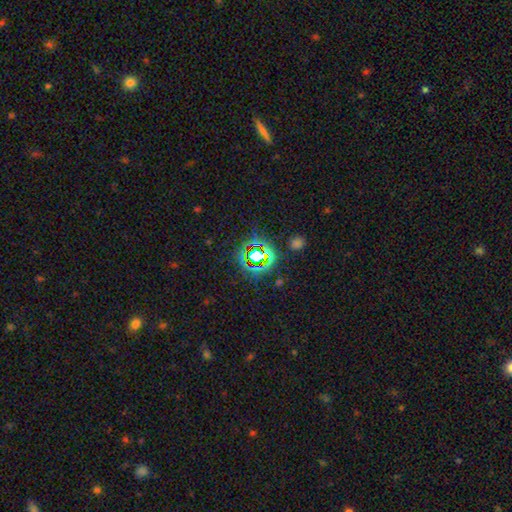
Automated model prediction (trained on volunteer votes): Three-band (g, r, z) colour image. It shows a star or artifact, not a galaxy (72%).